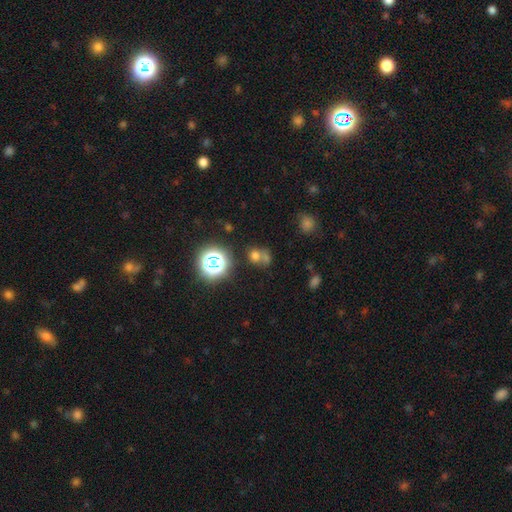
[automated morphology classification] This is possibly a smooth galaxy (60%). How rounded: likely round (72%). Merging: marginally none (42%).